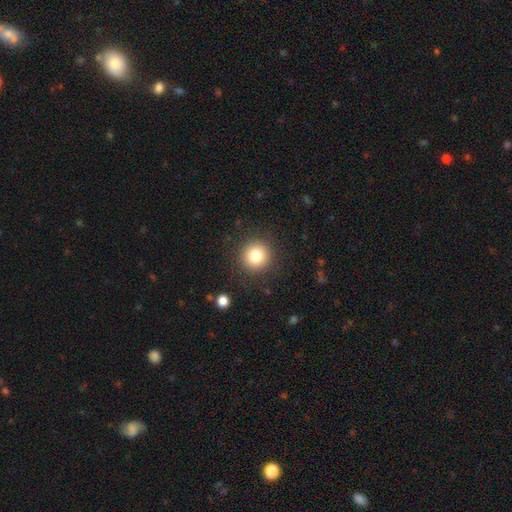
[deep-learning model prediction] This appears to be a smooth galaxy with no disk features (80%) that is round (95%). Merging: none (90%).